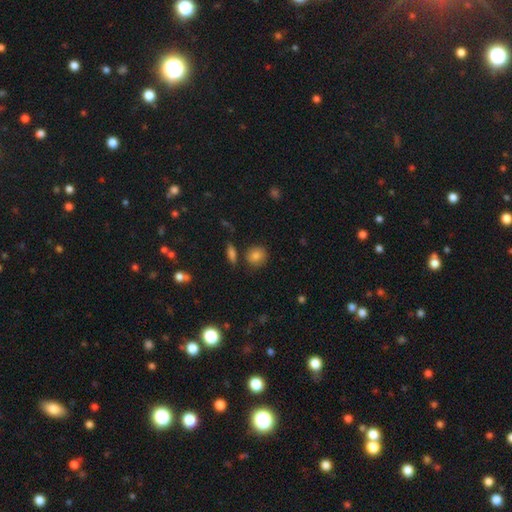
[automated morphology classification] A smooth galaxy with no disk features (83%) that is round (83%).

Vote fractions:
- Smooth or featured? smooth: 83% / star or artifact: 9% / featured or disk: 8%
- How rounded? round: 83% / in between: 16% / cigar-shaped: 1%
- Merging? none: 80% / minor disturbance: 12% / merger: 5% / major disturbance: 3%